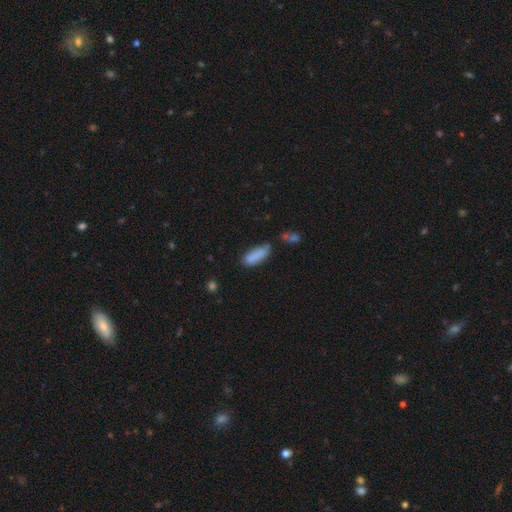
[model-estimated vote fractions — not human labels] The model was most divided on "how rounded": in between: 58%, cigar-shaped: 40%, round: 2%. More confident: smooth or featured — smooth (85%); merging — none (61%).